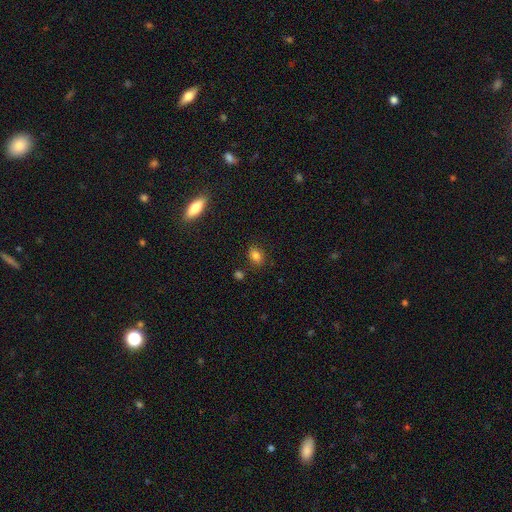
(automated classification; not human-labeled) This is clearly a smooth galaxy (82%). How rounded: likely in between (68%). Merging: clearly none (82%).